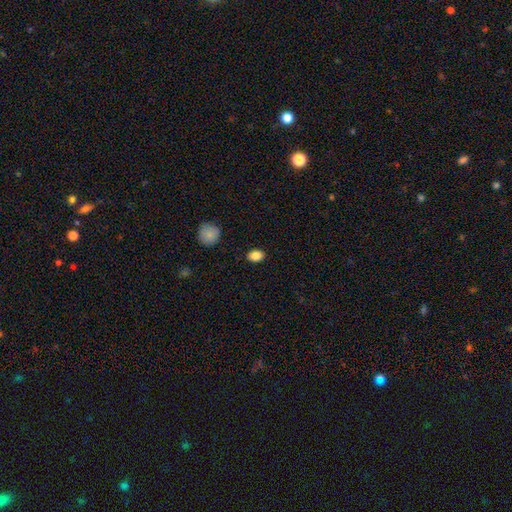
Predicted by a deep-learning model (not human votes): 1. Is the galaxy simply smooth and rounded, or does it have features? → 86% smooth, 9% star or artifact, 5% featured or disk.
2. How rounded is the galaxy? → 70% in between, 29% round, 1% cigar-shaped.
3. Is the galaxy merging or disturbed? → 88% none, 8% minor disturbance, 2% major disturbance, 1% merger.